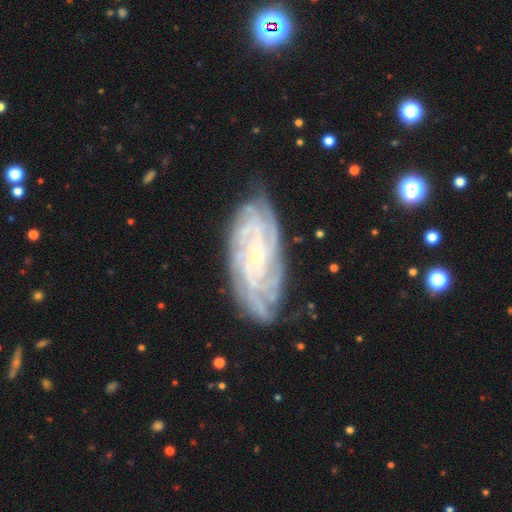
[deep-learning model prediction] The model was most divided on "spiral arm count": 4: 27%, can't tell: 26%, more than 4: 17%, 3: 13%, 2: 10%, 1: 7%. More confident: spiral arms — yes (98%); edge-on disk — no (94%); smooth or featured — featured or disk (88%); bulge size — small (82%); merging — none (79%); spiral winding — tight (79%); bar — no (64%).